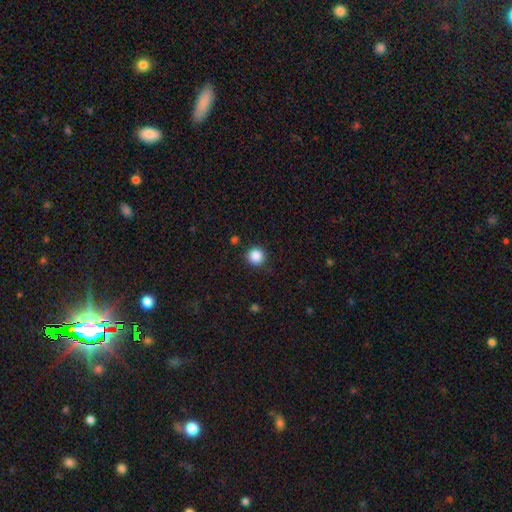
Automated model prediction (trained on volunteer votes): smooth-or-featured: smooth: 87% | star or artifact: 10% | featured or disk: 3%
  how-rounded: round: 94% | in between: 5% | cigar-shaped: 1%
  merging: none: 89% | minor disturbance: 7% | major disturbance: 2% | merger: 1%